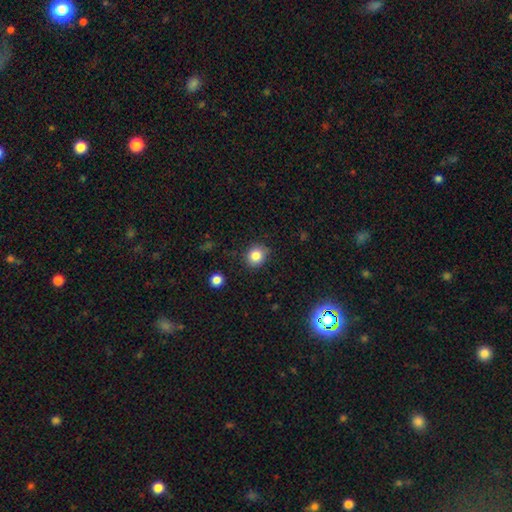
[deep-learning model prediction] The model was most divided on "how rounded": round: 80%, in between: 19%, cigar-shaped: 1%. More confident: smooth or featured — smooth (83%); merging — none (83%).